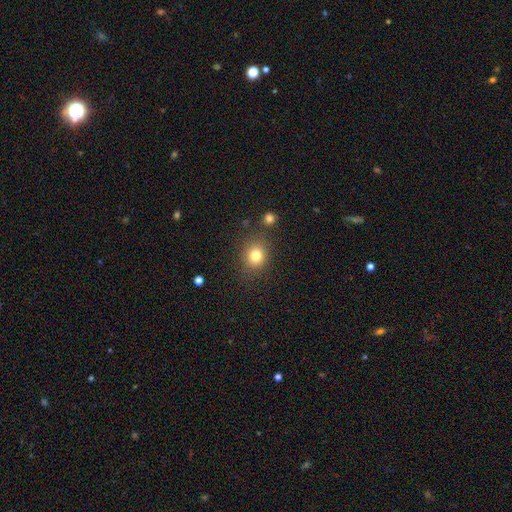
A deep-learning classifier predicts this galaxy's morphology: This is likely a smooth galaxy (80%). How rounded: likely round (75%). Merging: clearly none (82%).